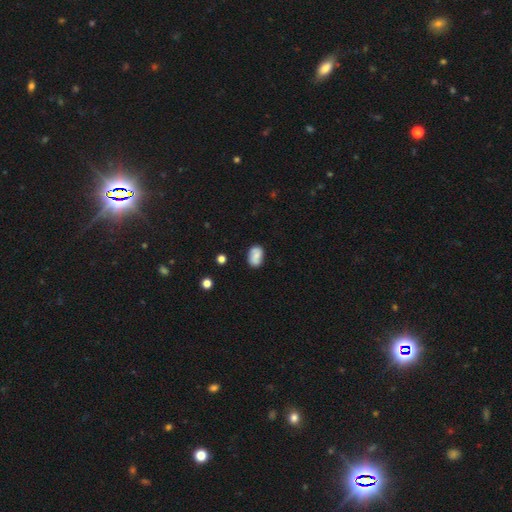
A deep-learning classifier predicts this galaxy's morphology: smooth_or_featured: smooth (p=0.67) [alt: featured or disk p=0.24]
how_rounded: in between (p=0.82) [alt: round p=0.16]
merging: none (p=0.69) [alt: minor disturbance p=0.19]